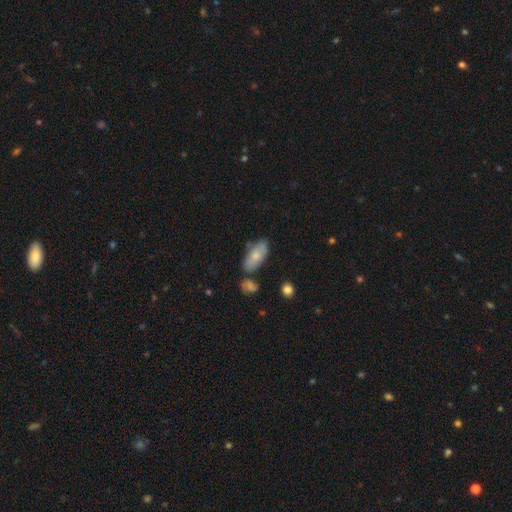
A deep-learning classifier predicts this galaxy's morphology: This is likely a smooth galaxy (70%). How rounded: clearly in between (89%). Merging: likely none (61%).